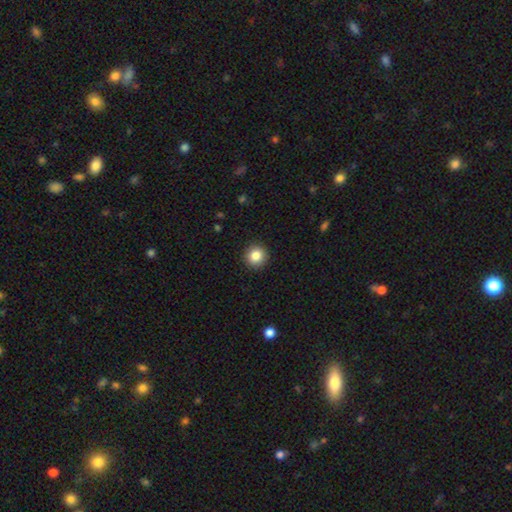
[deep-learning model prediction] Smooth or featured?
  - smooth: 85% *
  - star or artifact: 9%
  - featured or disk: 5%
How rounded?
  - round: 93% *
  - in between: 6%
  - cigar-shaped: 1%
Merging?
  - none: 92% *
  - minor disturbance: 5%
  - major disturbance: 2%
  - merger: 1%